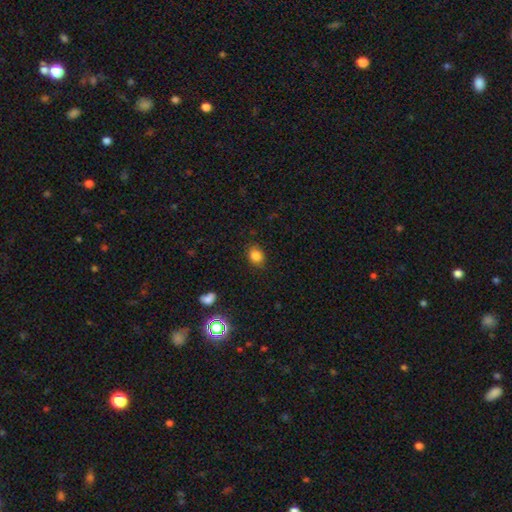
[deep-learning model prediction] The model was most divided on "how rounded": round: 59%, in between: 40%, cigar-shaped: 1%. More confident: merging — none (87%); smooth or featured — smooth (84%).